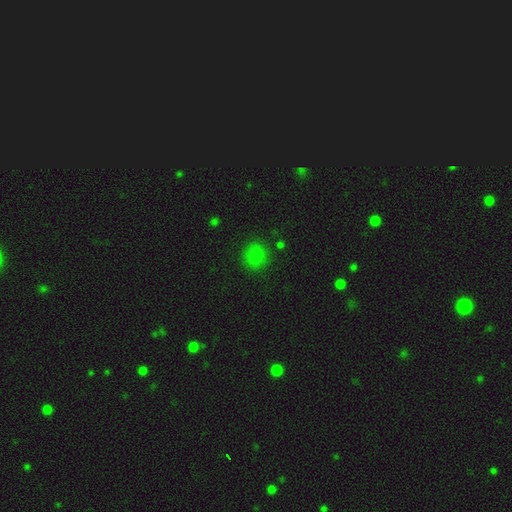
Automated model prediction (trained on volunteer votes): smooth 77%, star or artifact 17%, featured or disk 6%. Down the decision tree: how rounded — round (88%); merging — none (82%).